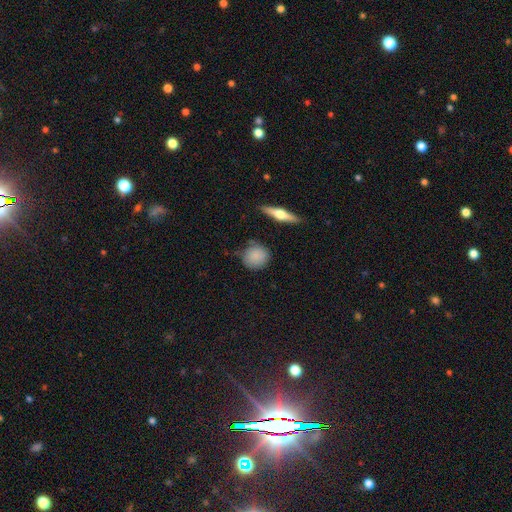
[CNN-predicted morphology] smooth-or-featured: smooth: 82% | featured or disk: 11% | star or artifact: 7%
  how-rounded: round: 82% | in between: 15% | cigar-shaped: 3%
  merging: none: 75% | minor disturbance: 18% | major disturbance: 4% | merger: 3%